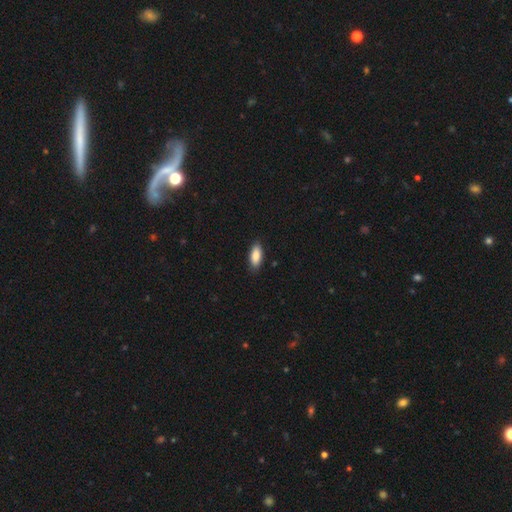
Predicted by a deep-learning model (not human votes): This appears to be a smooth galaxy with no disk features (87%) that is in between round and cigar-shaped (83%). Merging: none (87%).